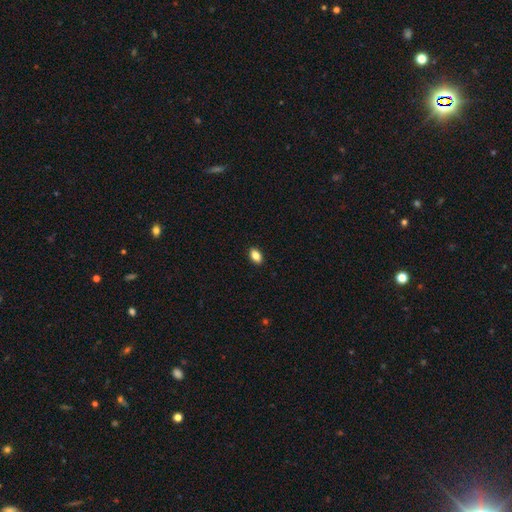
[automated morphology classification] Smooth or featured? Predicted: smooth (p=0.85). How rounded? Predicted: in between (p=0.88). Merging? Predicted: none (p=0.90).